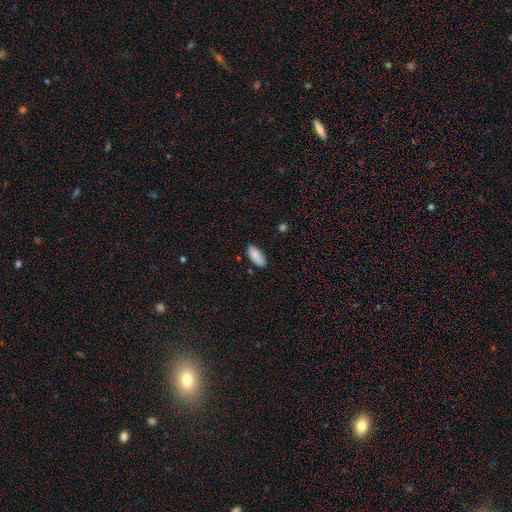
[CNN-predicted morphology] A smooth galaxy with no disk features (87%) that is in between round and cigar-shaped (85%). Merging: none (82%).